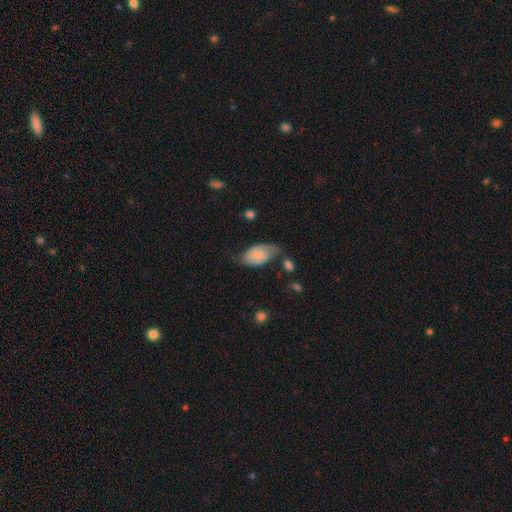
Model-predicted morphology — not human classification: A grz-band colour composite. It shows a featured or disk galaxy (48%). Merging: none (49%).